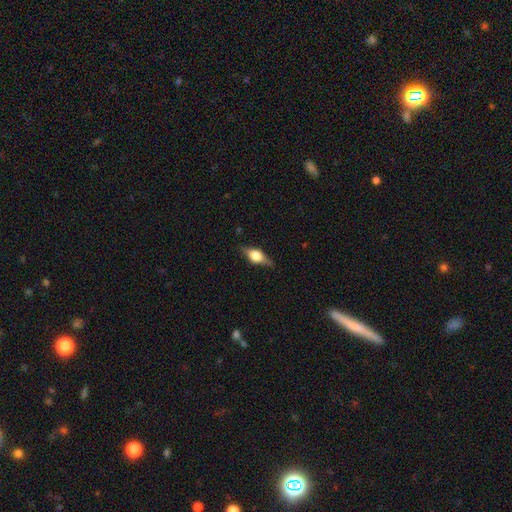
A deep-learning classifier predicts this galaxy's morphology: This appears to be a featured or disk galaxy (56%) viewed edge-on (93%) with a rounded central bulge (91%). Merging: none (80%).